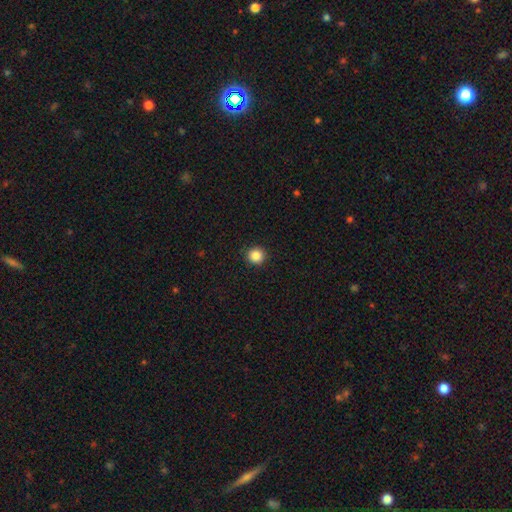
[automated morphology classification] Overall: smooth (87%). How rounded: round (94%). Merging: none (92%).